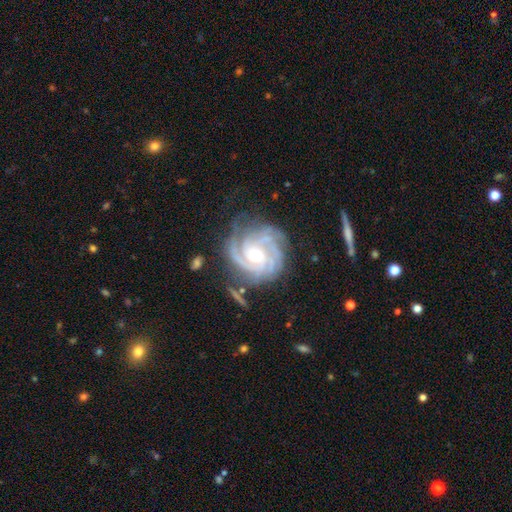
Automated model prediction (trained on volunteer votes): featured or disk 92%, star or artifact 5%, smooth 3%. Down the decision tree: edge-on disk — no (98%); bar — no (67%); spiral arms — yes (98%); spiral arm count — 3 (31%); spiral winding — tight (74%); bulge size — moderate (52%); merging — none (72%).